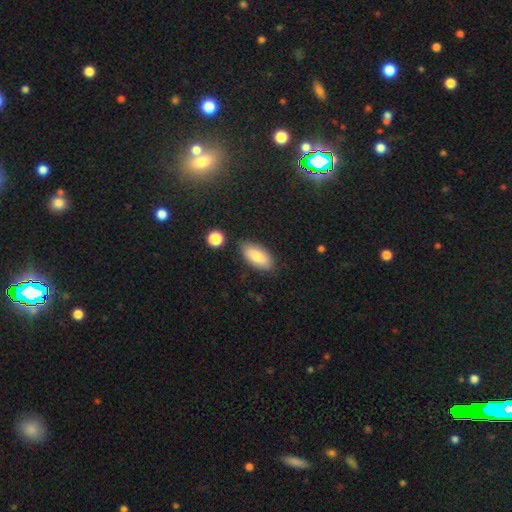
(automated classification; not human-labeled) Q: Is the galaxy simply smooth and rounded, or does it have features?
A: smooth — 82%.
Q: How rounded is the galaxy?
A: in between — 90%.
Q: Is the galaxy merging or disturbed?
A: none — 80%.